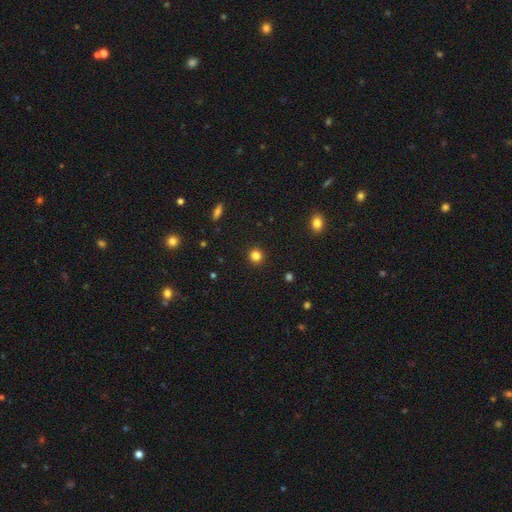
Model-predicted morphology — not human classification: A smooth galaxy with no disk features (82%) that is round (94%).

Vote fractions:
- Smooth or featured? smooth: 82% / star or artifact: 13% / featured or disk: 5%
- How rounded? round: 94% / in between: 5% / cigar-shaped: 1%
- Merging? none: 92% / minor disturbance: 5% / major disturbance: 2% / merger: 1%